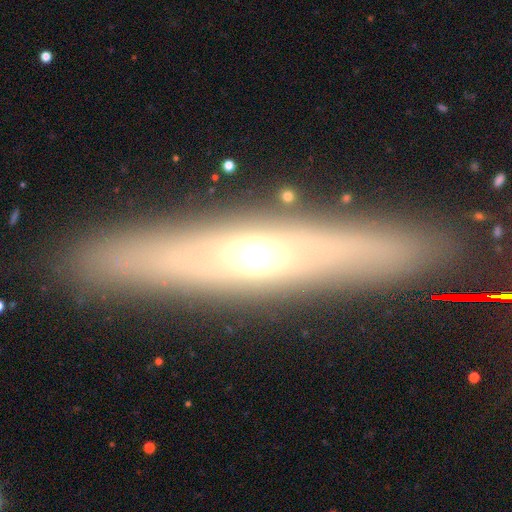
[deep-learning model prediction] Smooth or featured?
  - featured or disk: 65% *
  - smooth: 25%
  - star or artifact: 10%
Edge-on disk?
  - yes: 81% *
  - no: 19%
Edge-on bulge?
  - rounded: 83% *
  - none: 14%
  - boxy: 3%
Merging?
  - none: 88% *
  - minor disturbance: 8%
  - major disturbance: 2%
  - merger: 2%